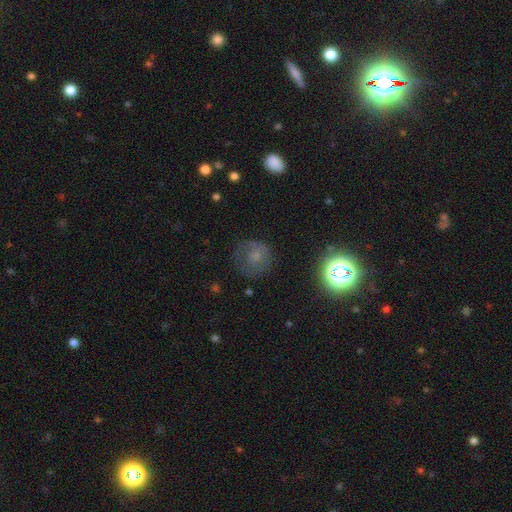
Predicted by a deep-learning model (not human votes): Smooth or featured?
  - smooth: 51% *
  - featured or disk: 31%
  - star or artifact: 18%
How rounded?
  - round: 85% *
  - in between: 14%
  - cigar-shaped: 1%
Merging?
  - none: 64% *
  - minor disturbance: 20%
  - major disturbance: 14%
  - merger: 2%